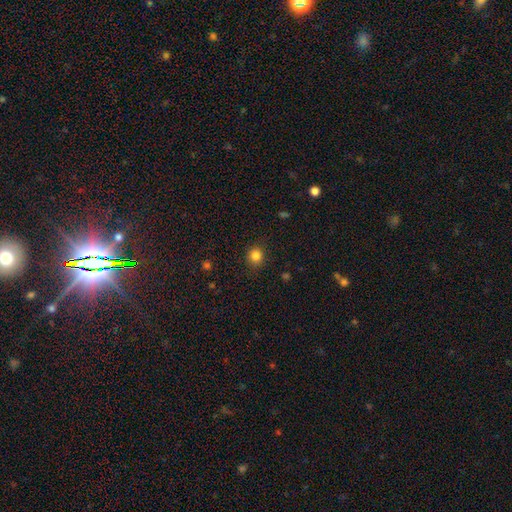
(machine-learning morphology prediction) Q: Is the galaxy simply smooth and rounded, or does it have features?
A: smooth — 83%.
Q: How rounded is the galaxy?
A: round — 84%.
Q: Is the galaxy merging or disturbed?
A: none — 88%.